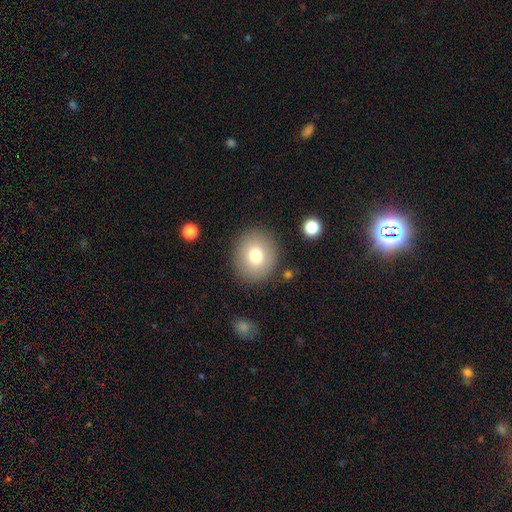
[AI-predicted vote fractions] Smooth or featured: smooth — 77% (featured or disk — 13%)
How rounded: round — 80% (in between — 19%)
Merging: none — 87% (minor disturbance — 8%)